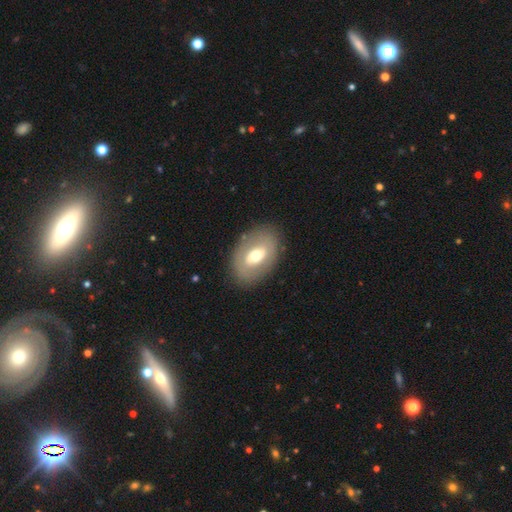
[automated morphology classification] smooth-or-featured: smooth: 49% | featured or disk: 44% | star or artifact: 7%
  merging: none: 83% | minor disturbance: 11% | major disturbance: 5% | merger: 1%